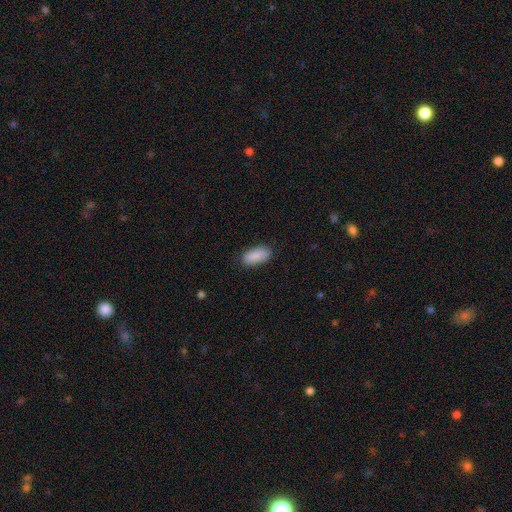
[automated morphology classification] Smooth or featured: smooth — 89% (star or artifact — 6%)
How rounded: in between — 89% (cigar-shaped — 9%)
Merging: none — 85% (minor disturbance — 12%)